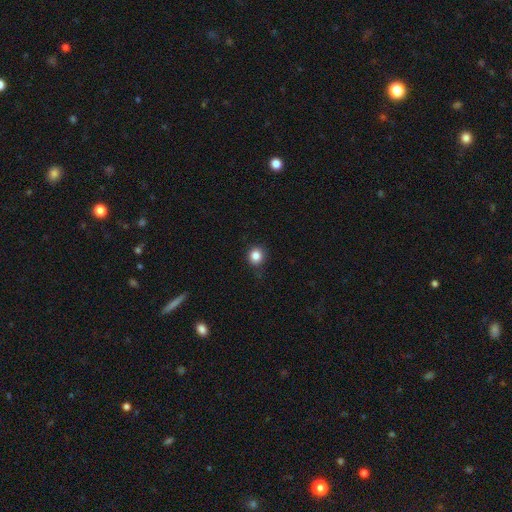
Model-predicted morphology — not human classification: Smooth or featured: smooth — 84% (star or artifact — 11%)
How rounded: round — 88% (in between — 11%)
Merging: none — 83% (minor disturbance — 13%)